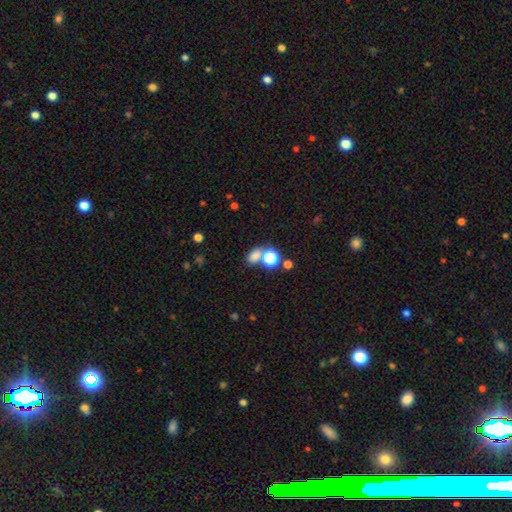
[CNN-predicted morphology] Smooth or featured? Predicted: smooth (p=0.72). How rounded? Predicted: in between (p=0.65). Merging? Predicted: none (p=0.54).